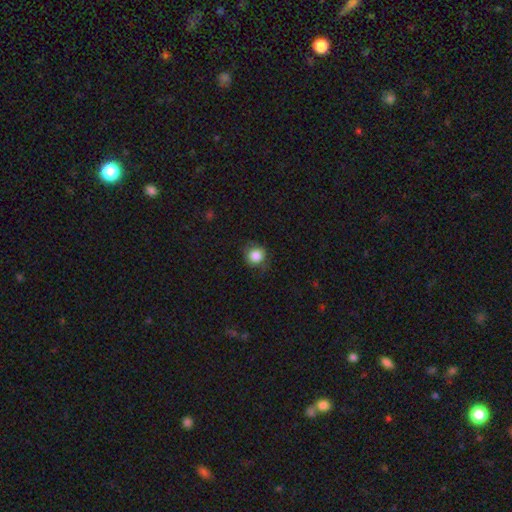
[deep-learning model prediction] Smooth or featured: smooth — 84% (star or artifact — 9%)
How rounded: round — 90% (in between — 9%)
Merging: none — 76% (minor disturbance — 17%)